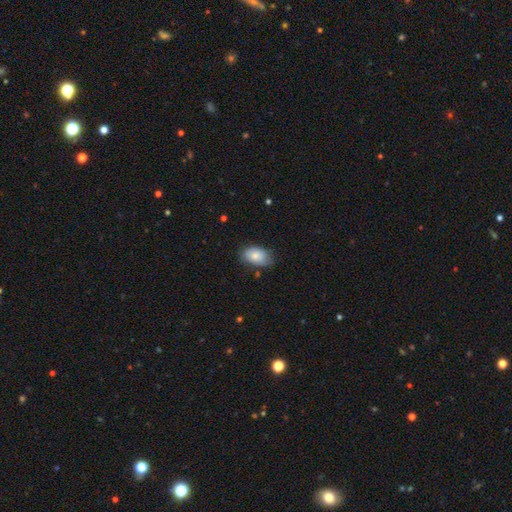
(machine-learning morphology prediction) A smooth galaxy with no disk features (78%) that is in between round and cigar-shaped (89%).

Vote fractions:
- Smooth or featured? smooth: 78% / featured or disk: 15% / star or artifact: 7%
- How rounded? in between: 89% / round: 9% / cigar-shaped: 1%
- Merging? none: 68% / minor disturbance: 25% / major disturbance: 5% / merger: 2%